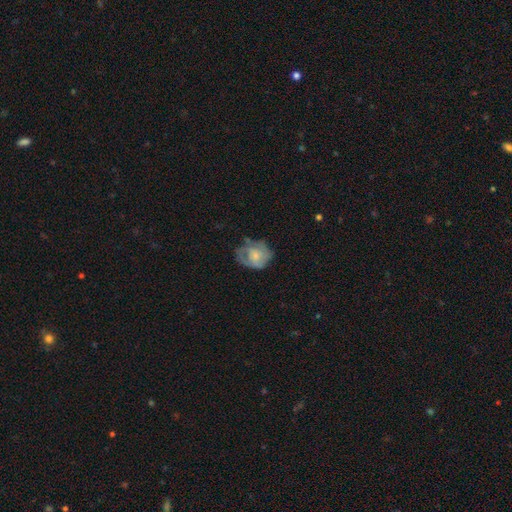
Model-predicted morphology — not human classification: smooth_or_featured: featured or disk (p=0.52) [alt: smooth p=0.40]
disk_edge_on: no (p=0.97) [alt: yes p=0.03]
bar: no (p=0.80) [alt: weak p=0.17]
has_spiral_arms: yes (p=0.63) [alt: no p=0.37]
bulge_size: small (p=0.54) [alt: moderate p=0.29]
merging: none (p=0.49) [alt: minor disturbance p=0.28]